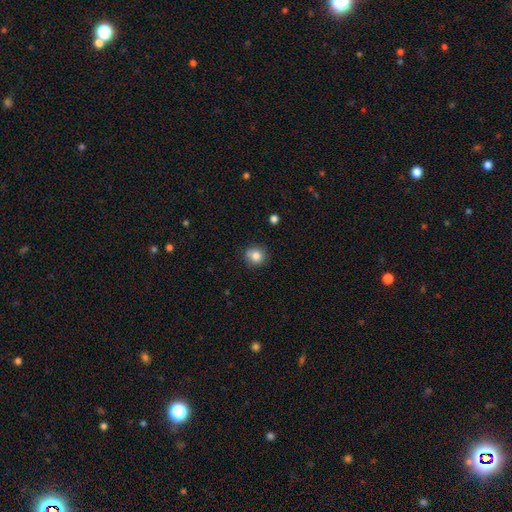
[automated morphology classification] A smooth galaxy with no disk features (83%) that is round (87%). Merging: none (81%).